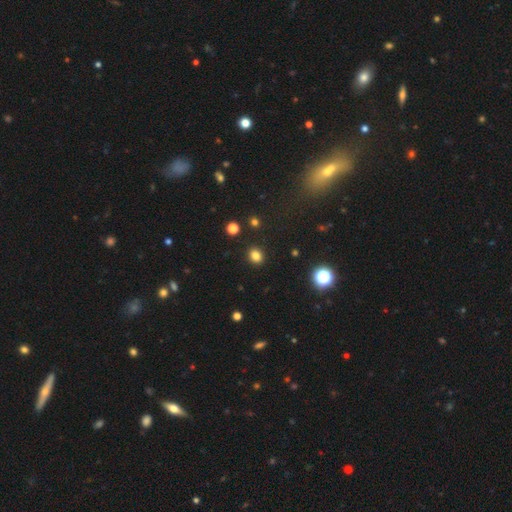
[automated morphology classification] Smooth or featured? Predicted: smooth (p=0.81). How rounded? Predicted: round (p=0.67). Merging? Predicted: none (p=0.90).